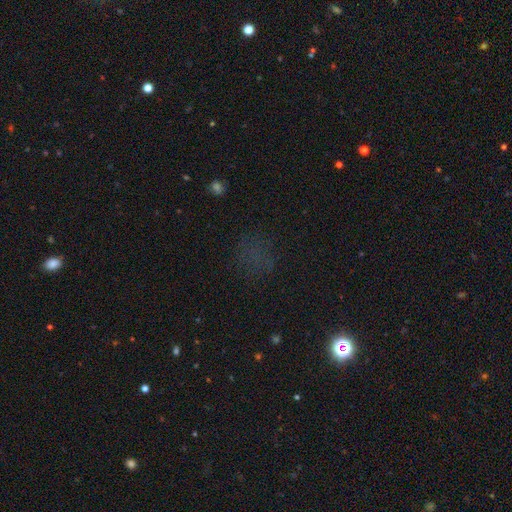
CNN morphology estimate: A star or artifact, not a galaxy (51%).

Vote fractions:
- Smooth or featured? star or artifact: 51% / smooth: 38% / featured or disk: 11%